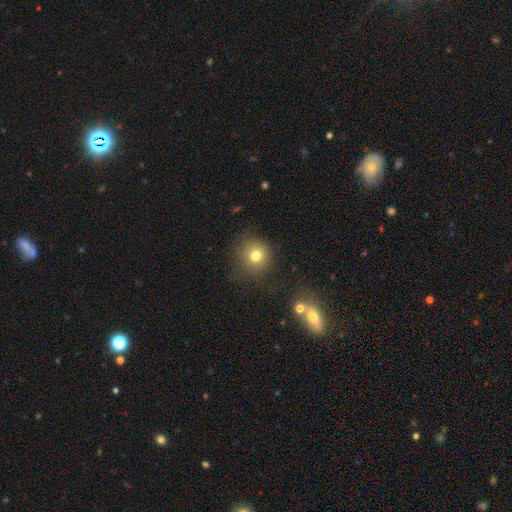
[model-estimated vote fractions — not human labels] smooth_or_featured: smooth (p=0.76) [alt: star or artifact p=0.15]
how_rounded: round (p=0.92) [alt: in between p=0.07]
merging: none (p=0.79) [alt: minor disturbance p=0.12]